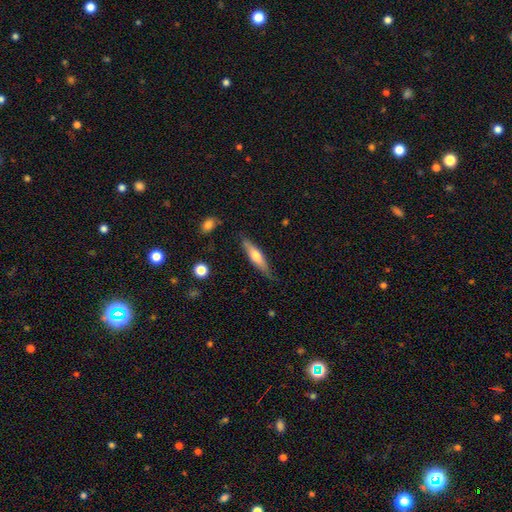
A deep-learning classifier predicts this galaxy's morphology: Overall: smooth (52%; featured or disk 42%). How rounded: cigar-shaped (77%). Merging: none (74%).